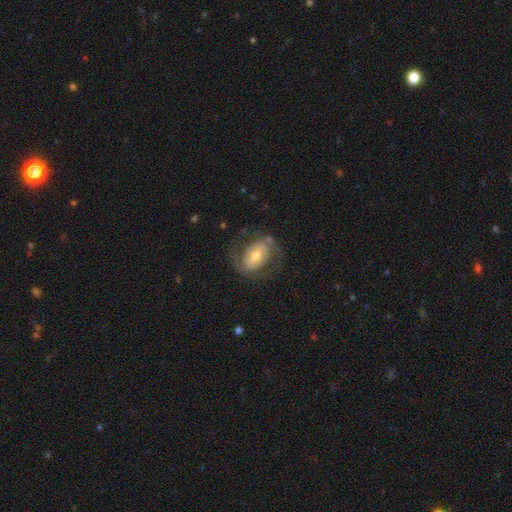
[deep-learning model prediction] Smooth or featured: featured or disk — 72% (smooth — 22%)
Edge-on disk: no — 96% (yes — 4%)
Bar: no — 42% (weak — 36%)
Spiral arms: yes — 83% (no — 17%)
Spiral winding: medium — 50% (tight — 25%)
Spiral arm count: 2 — 86% (can't tell — 8%)
Bulge size: moderate — 64% (small — 25%)
Merging: none — 69% (minor disturbance — 16%)